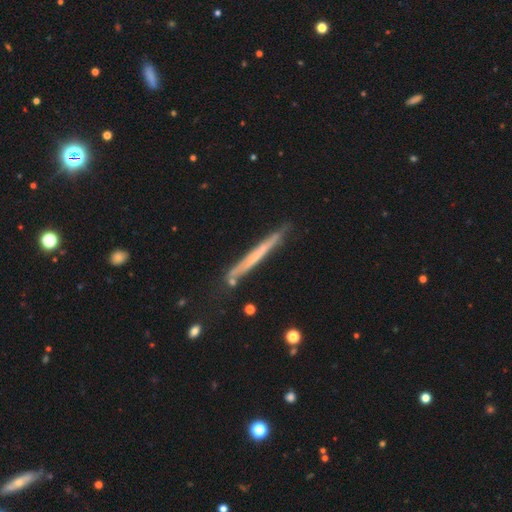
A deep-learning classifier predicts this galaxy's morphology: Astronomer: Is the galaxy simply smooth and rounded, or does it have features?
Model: featured or disk — 51% (runner-up: smooth, 42%).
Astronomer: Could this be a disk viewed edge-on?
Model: yes — 95%.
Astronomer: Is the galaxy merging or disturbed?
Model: none — 79%.